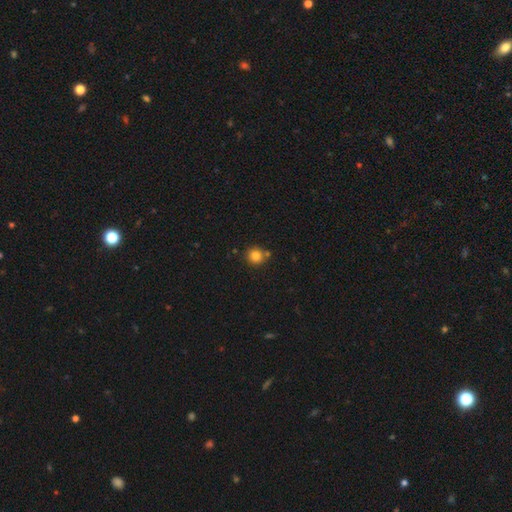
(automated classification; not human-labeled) This is clearly a smooth galaxy (83%). How rounded: clearly round (91%). Merging: likely none (76%).